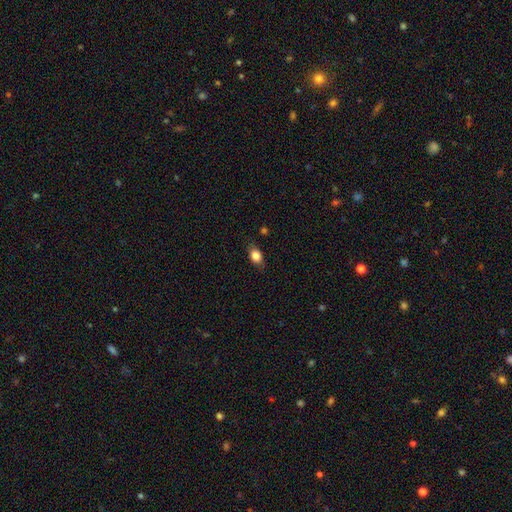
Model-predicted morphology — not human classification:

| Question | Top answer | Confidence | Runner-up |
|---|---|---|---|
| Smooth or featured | smooth | 81% | featured or disk (11%) |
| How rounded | in between | 73% | round (23%) |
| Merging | none | 79% | minor disturbance (16%) |